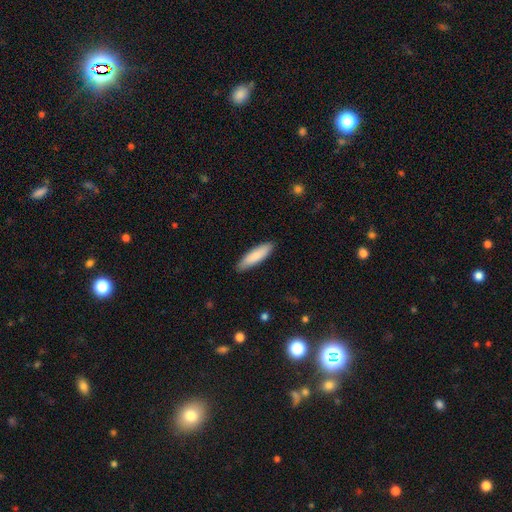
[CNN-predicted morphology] smooth 85%, featured or disk 10%, star or artifact 5%. Down the decision tree: how rounded — cigar-shaped (62%); merging — none (88%).